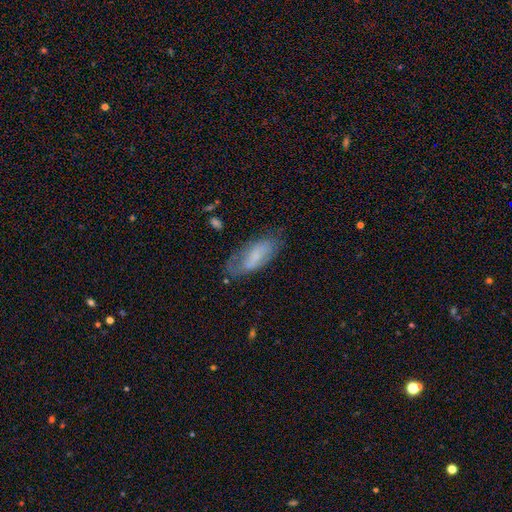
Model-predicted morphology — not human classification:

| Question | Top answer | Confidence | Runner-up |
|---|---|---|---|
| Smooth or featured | smooth | 56% | featured or disk (37%) |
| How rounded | in between | 82% | cigar-shaped (16%) |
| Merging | none | 57% | minor disturbance (27%) |